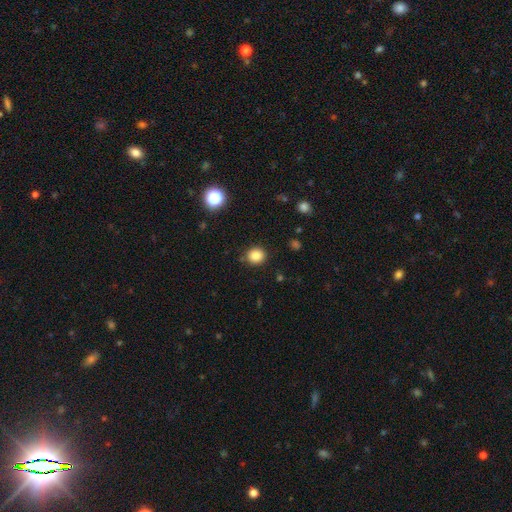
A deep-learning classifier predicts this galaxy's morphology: type=smooth (85%); roundness=round (84%); merging=none (87%).